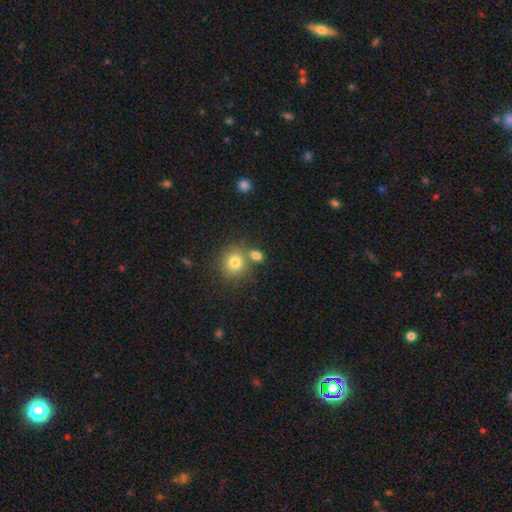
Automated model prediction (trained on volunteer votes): Q: Smooth or featured?
A: smooth (79%); runner-up: star or artifact (12%)
Q: How rounded?
A: round (51%); runner-up: in between (47%)
Q: Merging?
A: none (59%); runner-up: merger (27%)